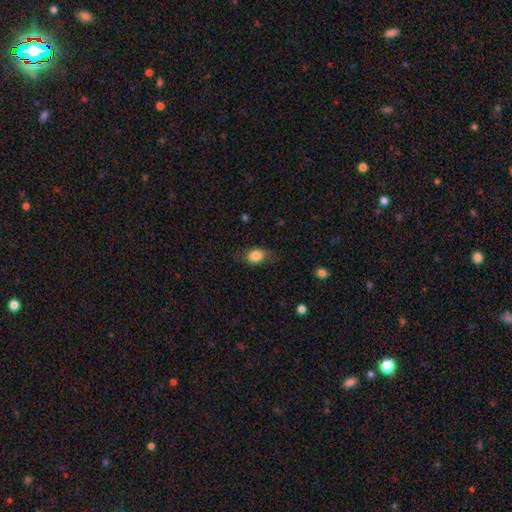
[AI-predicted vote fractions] The model was most divided on "how rounded": in between: 70%, round: 28%, cigar-shaped: 2%. More confident: smooth or featured — smooth (83%); merging — none (69%).